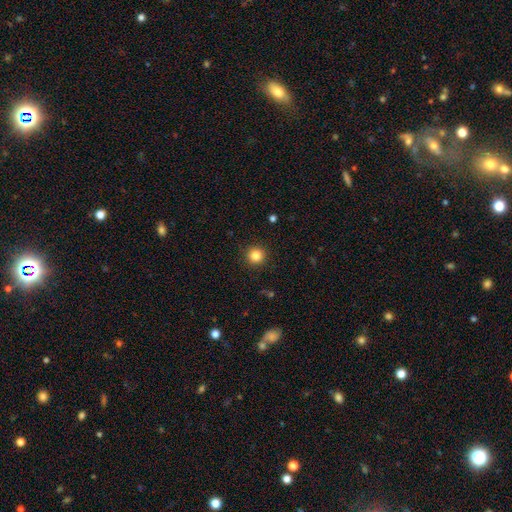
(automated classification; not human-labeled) Overall: smooth (84%). How rounded: round (95%). Merging: none (92%).